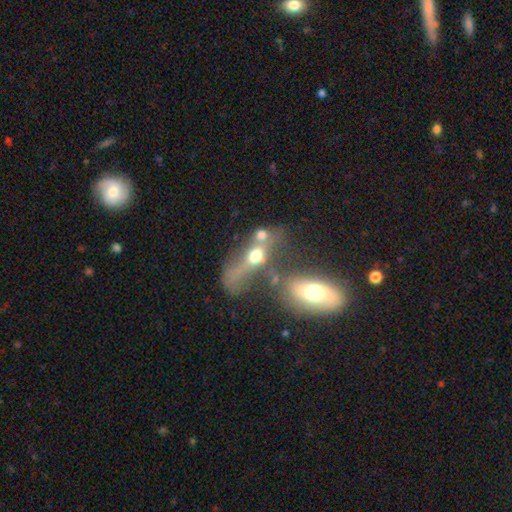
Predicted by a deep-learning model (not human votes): smooth_or_featured: smooth (p=0.46) [alt: featured or disk p=0.35]
merging: merger (p=0.57) [alt: major disturbance p=0.21]